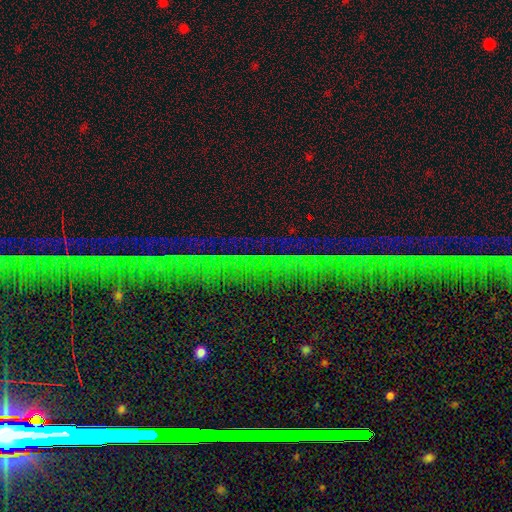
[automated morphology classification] star or artifact 79%, featured or disk 12%, smooth 9%.